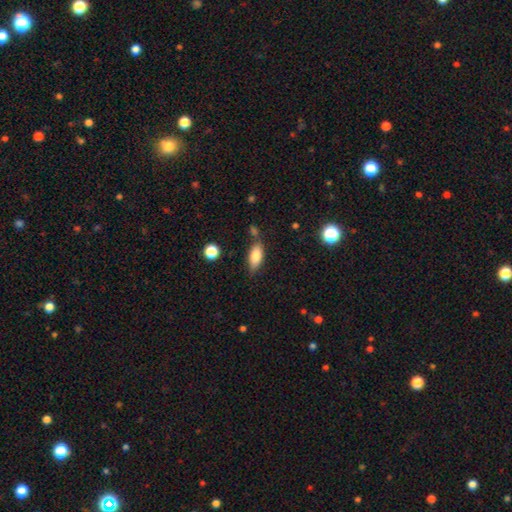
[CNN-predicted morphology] A smooth galaxy with no disk features (80%) that is in between round and cigar-shaped (80%).

Vote fractions:
- Smooth or featured? smooth: 80% / featured or disk: 13% / star or artifact: 8%
- How rounded? in between: 80% / cigar-shaped: 17% / round: 3%
- Merging? none: 70% / minor disturbance: 17% / merger: 8% / major disturbance: 4%